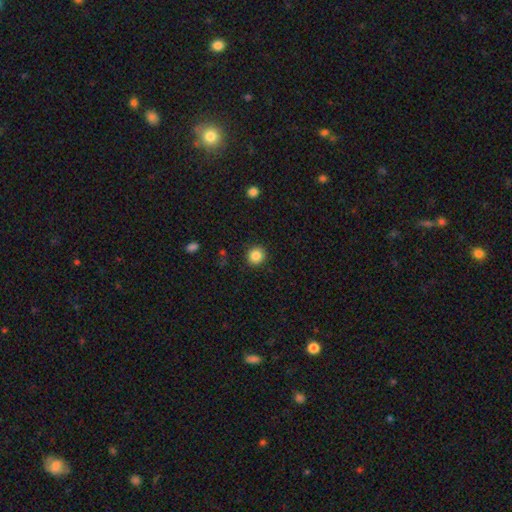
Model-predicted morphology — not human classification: This is clearly a smooth galaxy (85%). How rounded: clearly round (90%). Merging: clearly none (90%).